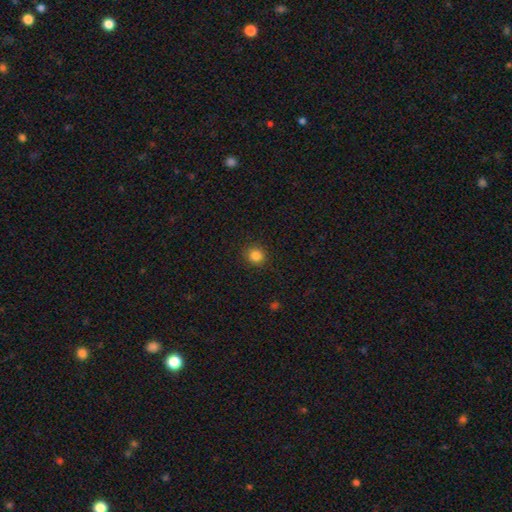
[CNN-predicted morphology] smooth-or-featured: smooth: 85% | star or artifact: 11% | featured or disk: 4%
  how-rounded: round: 85% | in between: 14% | cigar-shaped: 1%
  merging: none: 90% | minor disturbance: 7% | major disturbance: 2% | merger: 1%